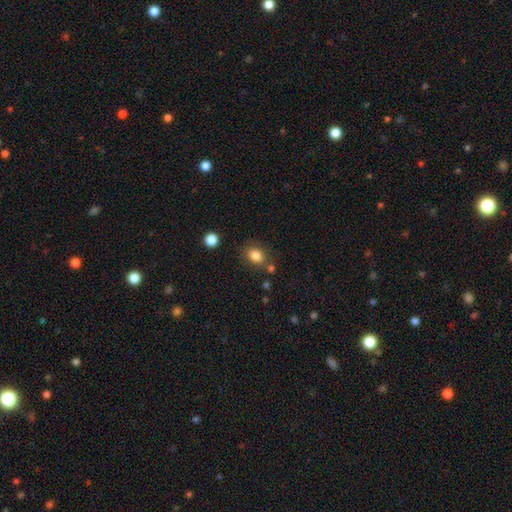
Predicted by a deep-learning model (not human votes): Overall: smooth (84%). How rounded: in between (61%; round 38%). Merging: none (70%).